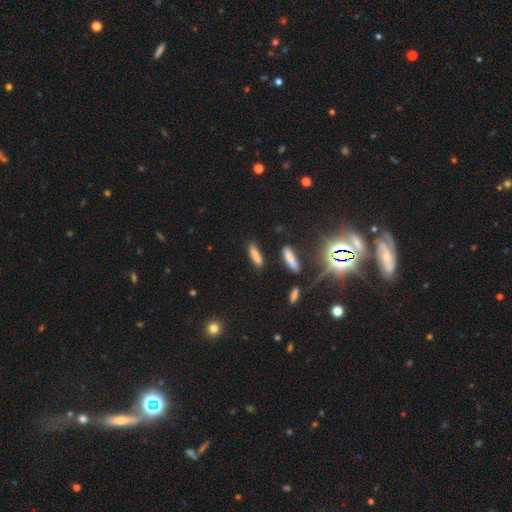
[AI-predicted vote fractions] Overall: smooth (79%). How rounded: cigar-shaped (68%; in between 30%). Merging: none (77%).